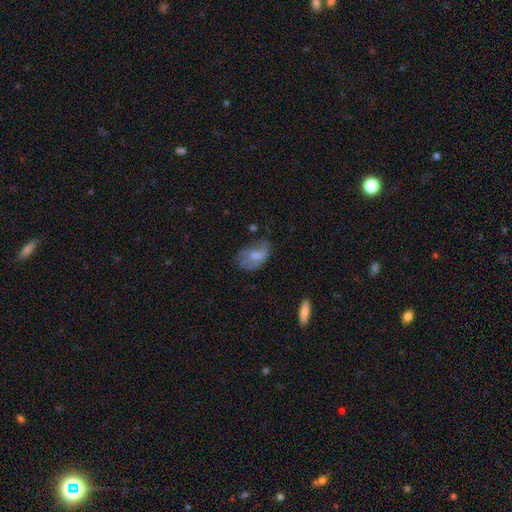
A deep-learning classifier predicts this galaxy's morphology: This is possibly a smooth galaxy (53%). How rounded: clearly in between (84%). Merging: marginally none (39%).